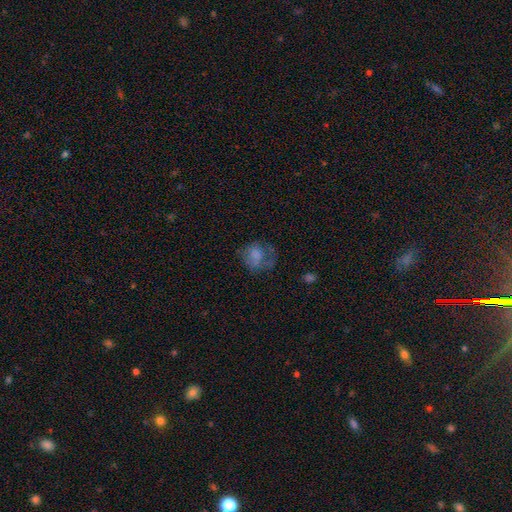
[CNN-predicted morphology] The model was most divided on "merging": none: 43%, major disturbance: 31%, minor disturbance: 23%, merger: 3%. More confident: how rounded — round (67%); smooth or featured — smooth (61%).